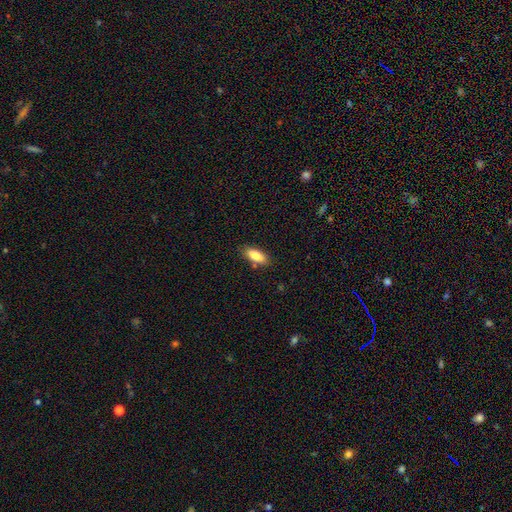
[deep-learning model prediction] smooth-or-featured: smooth: 84% | featured or disk: 9% | star or artifact: 7%
  how-rounded: in between: 79% | cigar-shaped: 19% | round: 2%
  merging: none: 82% | minor disturbance: 12% | merger: 3% | major disturbance: 3%